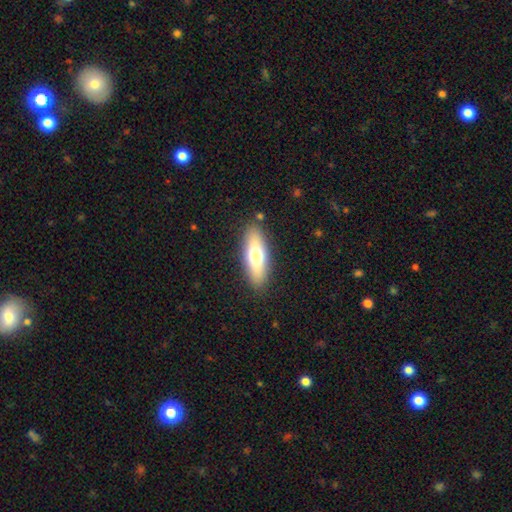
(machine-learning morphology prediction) This is likely a smooth galaxy (63%). How rounded: possibly in between (57%). Merging: clearly none (87%).